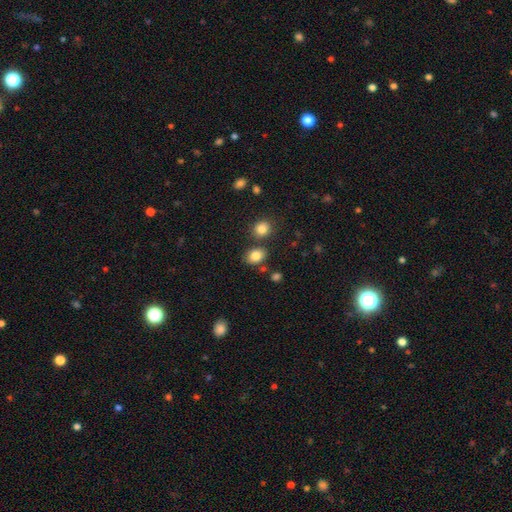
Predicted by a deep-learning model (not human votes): smooth_or_featured: smooth (p=0.83) [alt: star or artifact p=0.10]
how_rounded: in between (p=0.61) [alt: round p=0.38]
merging: none (p=0.72) [alt: merger p=0.12]